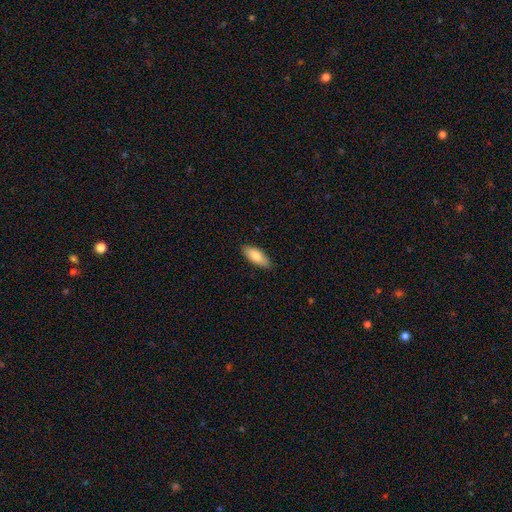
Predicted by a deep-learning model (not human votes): Overall: smooth (81%). How rounded: in between (79%). Merging: none (87%).